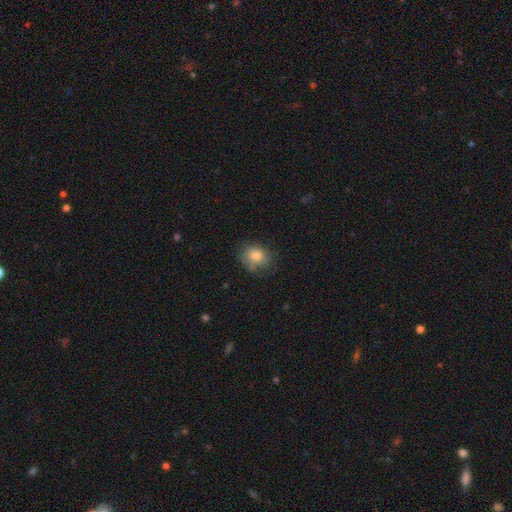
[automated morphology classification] Q: Smooth or featured?
A: smooth (79%); runner-up: featured or disk (12%)
Q: How rounded?
A: round (57%); runner-up: in between (42%)
Q: Merging?
A: none (67%); runner-up: minor disturbance (24%)